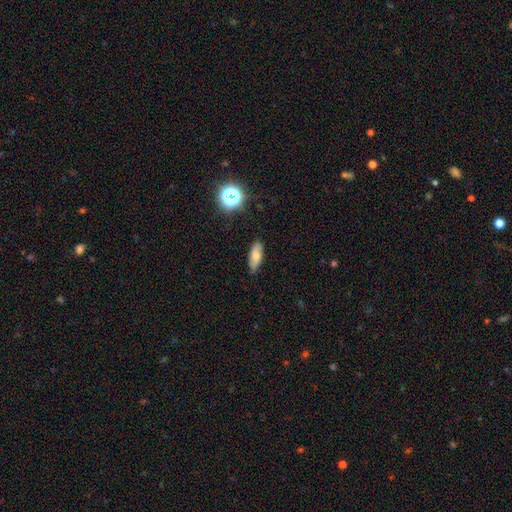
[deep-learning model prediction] Smooth or featured? smooth (70%)
How rounded? in between (70%)
Merging? none (83%)